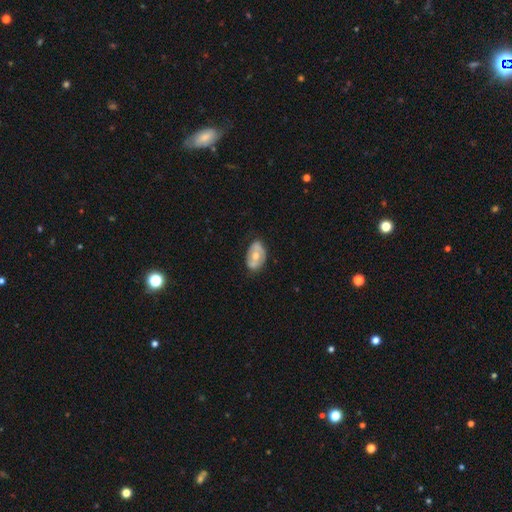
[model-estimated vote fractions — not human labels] The model was most divided on "smooth or featured": featured or disk: 49%, smooth: 45%, star or artifact: 6%. More confident: merging — none (71%).